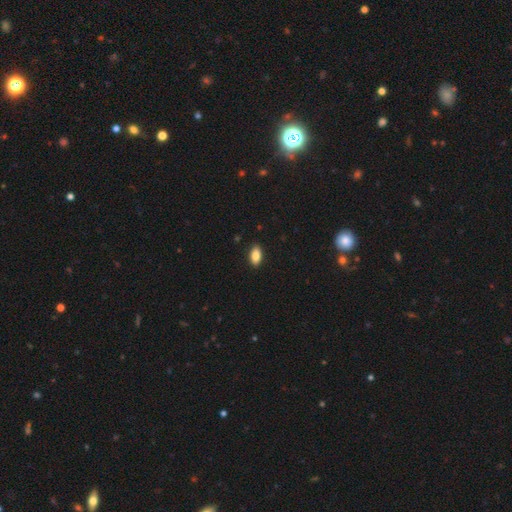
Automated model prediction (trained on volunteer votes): Smooth or featured? Predicted: smooth (p=0.85). How rounded? Predicted: in between (p=0.91). Merging? Predicted: none (p=0.89).